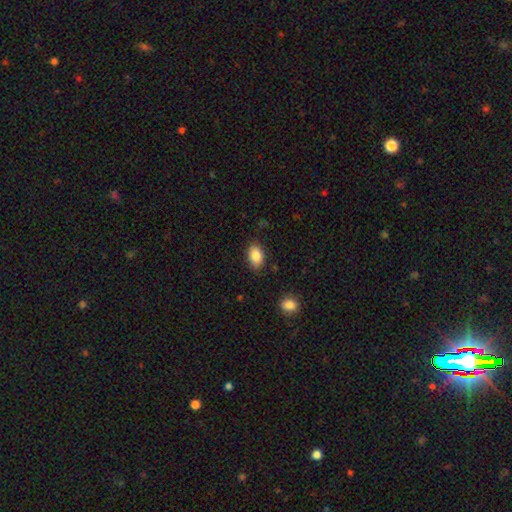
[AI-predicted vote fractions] The model was most divided on "merging": none: 83%, minor disturbance: 12%, major disturbance: 3%, merger: 2%. More confident: how rounded — in between (87%); smooth or featured — smooth (85%).